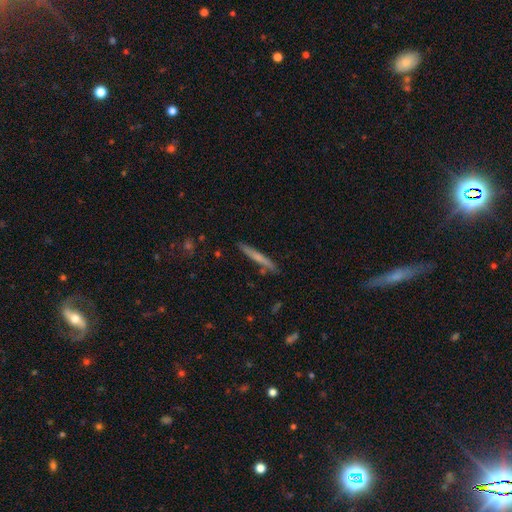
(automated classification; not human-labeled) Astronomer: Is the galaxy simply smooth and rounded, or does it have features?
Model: smooth — 47% (runner-up: featured or disk, 46%).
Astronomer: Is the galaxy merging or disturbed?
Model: none — 88%.